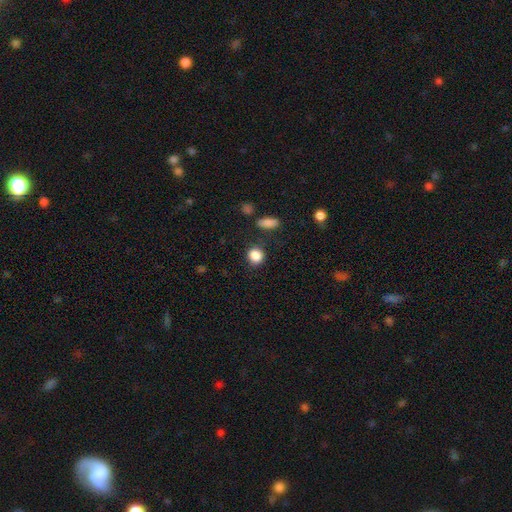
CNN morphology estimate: smooth-or-featured: smooth: 86% | star or artifact: 10% | featured or disk: 4%
  how-rounded: round: 76% | in between: 23% | cigar-shaped: 1%
  merging: none: 81% | minor disturbance: 11% | major disturbance: 4% | merger: 4%